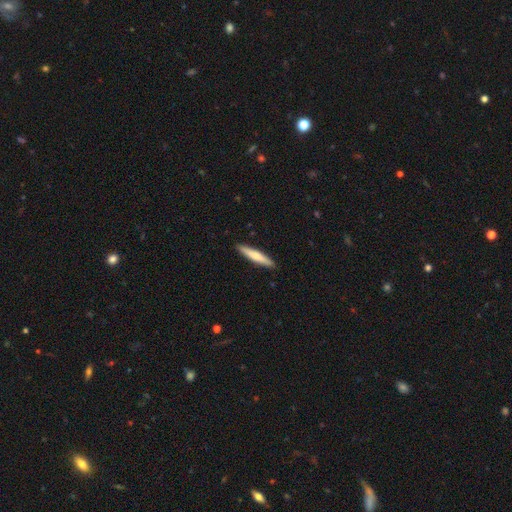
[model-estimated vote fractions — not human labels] Smooth or featured?
  - smooth: 64% *
  - featured or disk: 31%
  - star or artifact: 5%
How rounded?
  - cigar-shaped: 91% *
  - in between: 7%
  - round: 1%
Merging?
  - none: 92% *
  - minor disturbance: 6%
  - major disturbance: 1%
  - merger: 1%